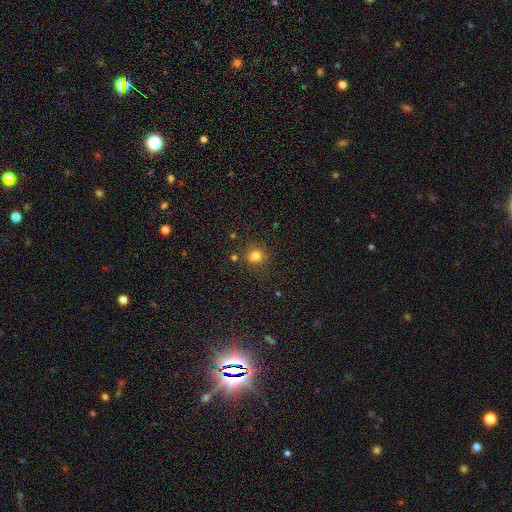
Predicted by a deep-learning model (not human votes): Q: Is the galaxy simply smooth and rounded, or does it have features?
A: smooth — 77%.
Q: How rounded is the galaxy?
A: round — 77%.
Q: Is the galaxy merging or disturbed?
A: none — 72%.